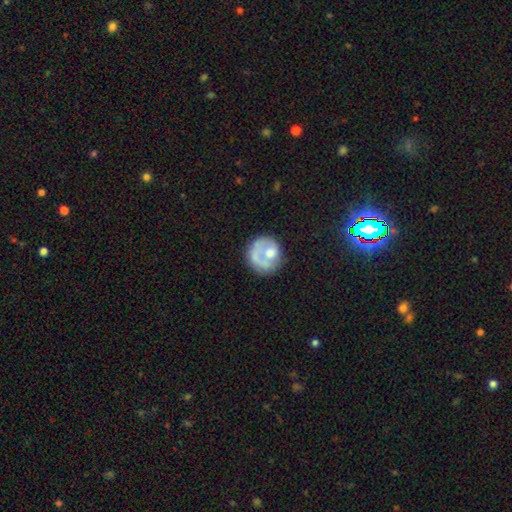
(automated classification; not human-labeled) A smooth galaxy with no disk features (48%).

Vote fractions:
- Smooth or featured? smooth: 48% / featured or disk: 45% / star or artifact: 7%
- Merging? none: 49% / major disturbance: 24% / minor disturbance: 21% / merger: 6%